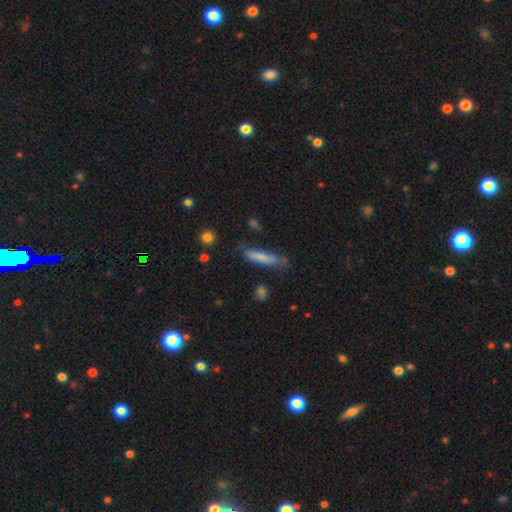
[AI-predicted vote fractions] Smooth or featured?
  - smooth: 59% *
  - featured or disk: 30%
  - star or artifact: 11%
How rounded?
  - cigar-shaped: 84% *
  - in between: 13%
  - round: 2%
Merging?
  - none: 69% *
  - minor disturbance: 22%
  - major disturbance: 6%
  - merger: 3%